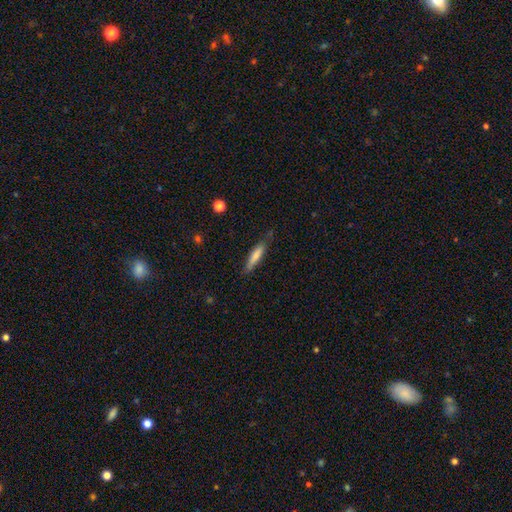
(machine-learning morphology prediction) Smooth or featured: smooth — 74% (featured or disk — 20%)
How rounded: cigar-shaped — 83% (in between — 15%)
Merging: none — 75% (minor disturbance — 20%)